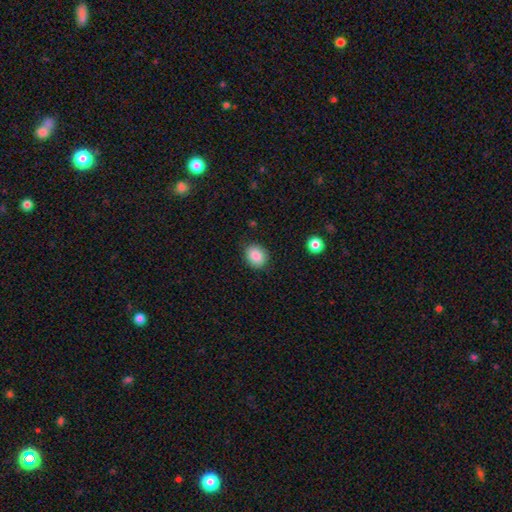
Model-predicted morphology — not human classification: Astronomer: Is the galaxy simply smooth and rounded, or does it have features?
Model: smooth — 87%.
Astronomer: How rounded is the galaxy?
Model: round — 52% (runner-up: in between, 47%).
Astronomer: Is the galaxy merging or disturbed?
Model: none — 83%.